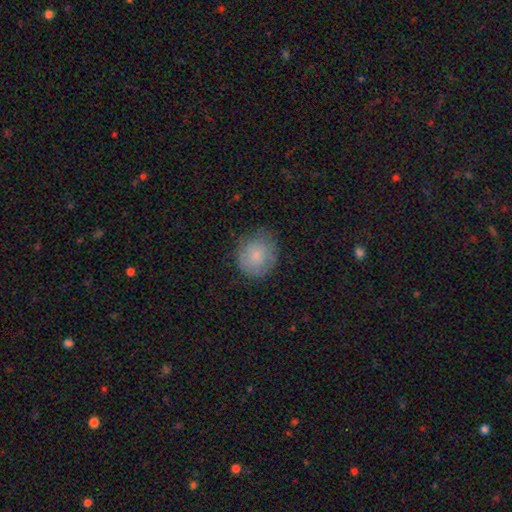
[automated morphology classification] This is likely a smooth galaxy (75%). How rounded: clearly round (83%). Merging: likely none (72%).